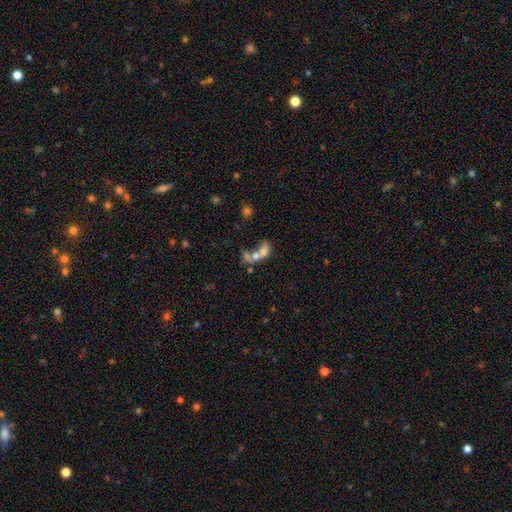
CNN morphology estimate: Smooth or featured? smooth (54%)
How rounded? in between (66%)
Merging? merger (59%)